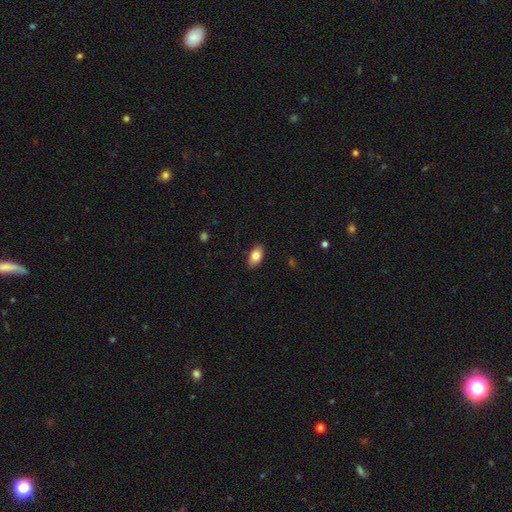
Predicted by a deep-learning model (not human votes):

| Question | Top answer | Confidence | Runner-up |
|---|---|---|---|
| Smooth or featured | smooth | 84% | featured or disk (9%) |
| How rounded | in between | 93% | round (5%) |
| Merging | none | 88% | minor disturbance (9%) |